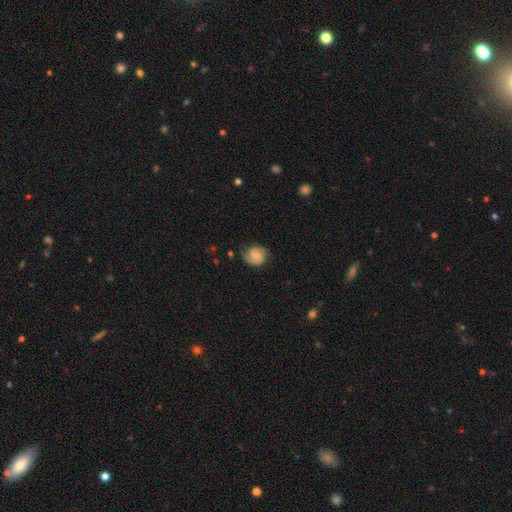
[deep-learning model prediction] Smooth or featured?
  - featured or disk: 53% *
  - smooth: 39%
  - star or artifact: 8%
Edge-on disk?
  - no: 98% *
  - yes: 2%
Bar?
  - weak: 47% *
  - no: 42%
  - strong: 11%
Spiral arms?
  - yes: 92% *
  - no: 8%
Bulge size?
  - small: 43% *
  - none: 26%
  - moderate: 26%
  - large: 4%
  - dominant: 1%
Merging?
  - none: 73% *
  - minor disturbance: 19%
  - major disturbance: 6%
  - merger: 1%